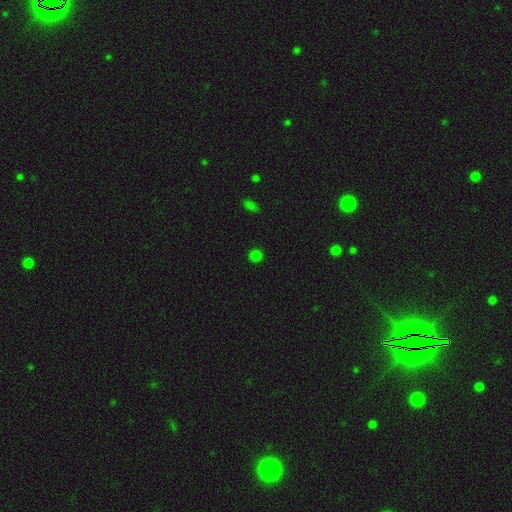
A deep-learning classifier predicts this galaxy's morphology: Overall: smooth (78%). How rounded: round (92%). Merging: none (91%).